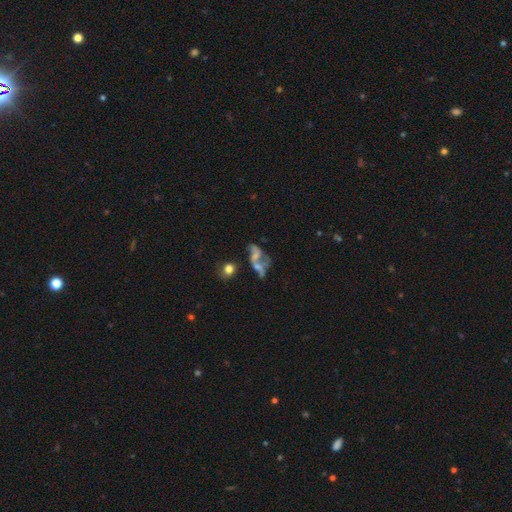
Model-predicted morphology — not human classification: Overall: featured or disk (54%; smooth 24%). Edge-on disk: no (94%). Bar: no (74%). Spiral arms: no (56%; yes 44%). Bulge size: none (39%; small 33%). Merging: merger (37%; major disturbance 25%).